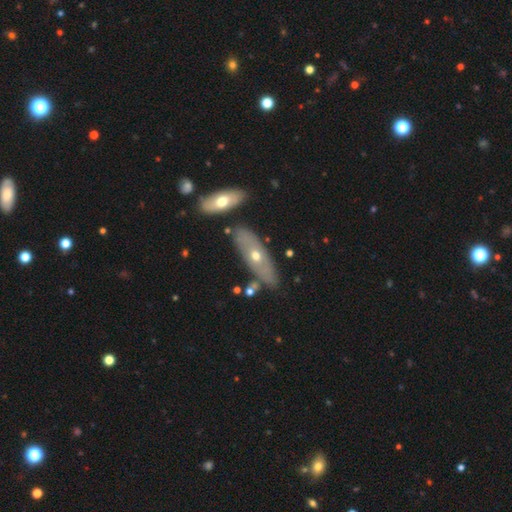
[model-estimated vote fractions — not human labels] Q: Smooth or featured?
A: featured or disk (51%); runner-up: smooth (42%)
Q: Edge-on disk?
A: no (61%); runner-up: yes (39%)
Q: Merging?
A: none (75%); runner-up: minor disturbance (15%)